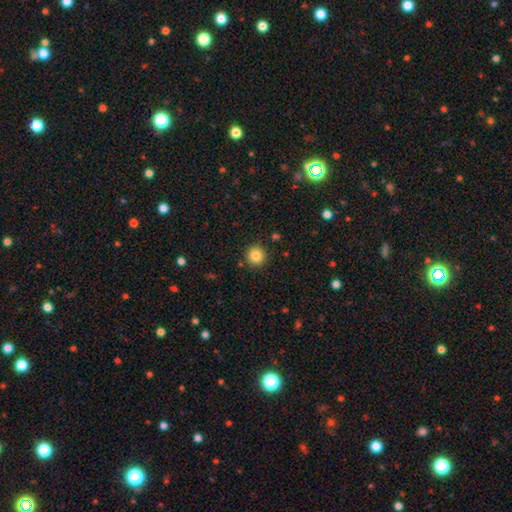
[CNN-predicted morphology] This appears to be a smooth galaxy with no disk features (84%) that is round (95%). Merging: none (91%).